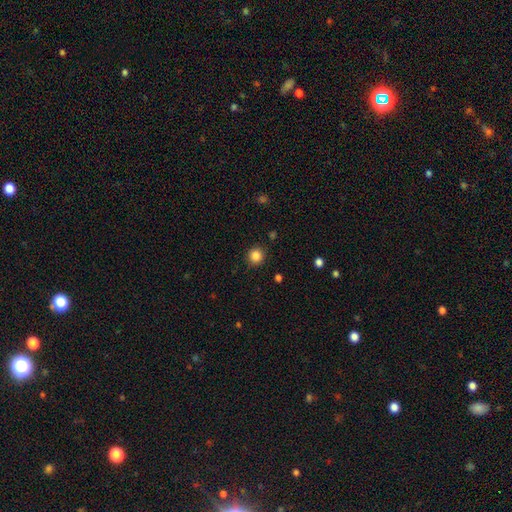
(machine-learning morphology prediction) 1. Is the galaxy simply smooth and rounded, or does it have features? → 85% smooth, 11% star or artifact, 4% featured or disk.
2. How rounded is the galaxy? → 93% round, 6% in between, 1% cigar-shaped.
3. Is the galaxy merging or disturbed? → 89% none, 7% minor disturbance, 2% major disturbance, 1% merger.